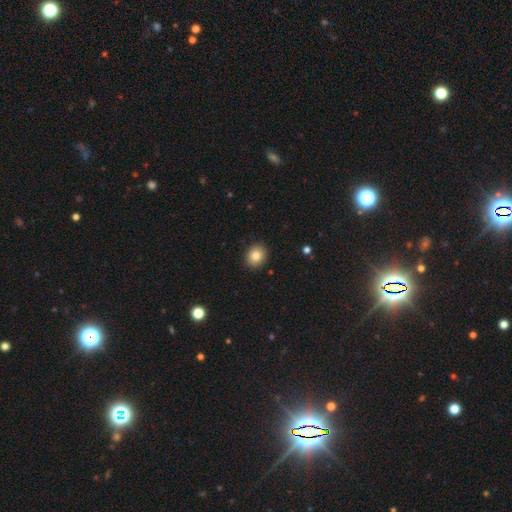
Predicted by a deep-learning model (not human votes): This appears to be a smooth galaxy with no disk features (84%) that is round (61%). Merging: none (90%).